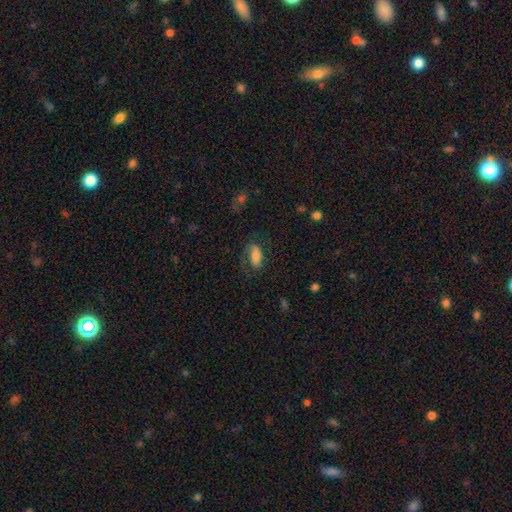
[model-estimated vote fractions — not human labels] Q: Smooth or featured?
A: smooth (60%); runner-up: featured or disk (32%)
Q: How rounded?
A: in between (89%); runner-up: cigar-shaped (7%)
Q: Merging?
A: none (51%); runner-up: major disturbance (25%)